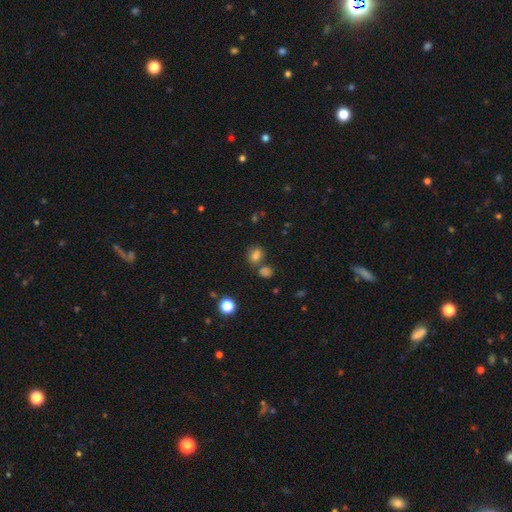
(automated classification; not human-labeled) Smooth or featured? smooth (73%)
How rounded? in between (52%)
Merging? none (58%)